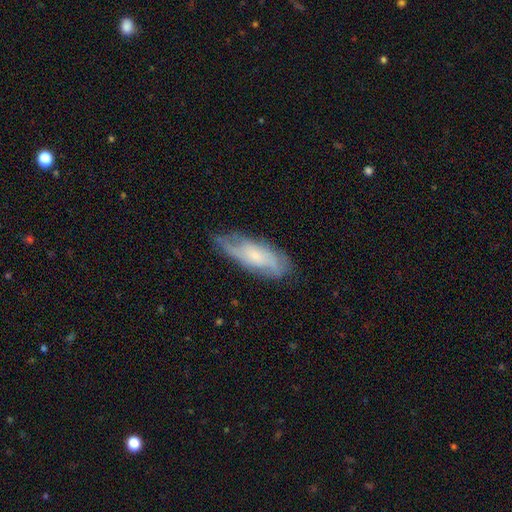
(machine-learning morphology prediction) Smooth or featured? featured or disk (56%)
Edge-on disk? no (80%)
Merging? none (64%)